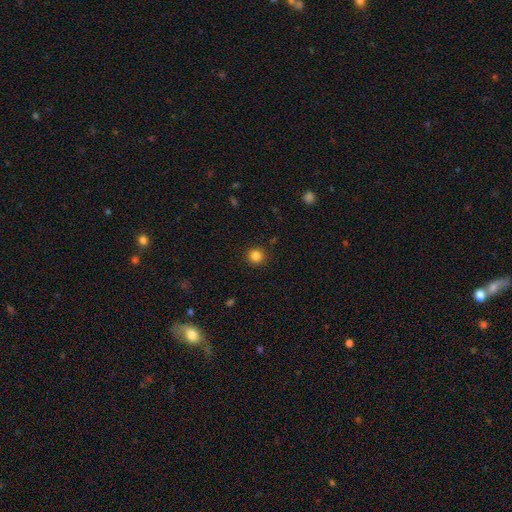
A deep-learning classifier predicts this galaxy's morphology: A smooth galaxy with no disk features (84%) that is round (93%). Merging: none (91%).